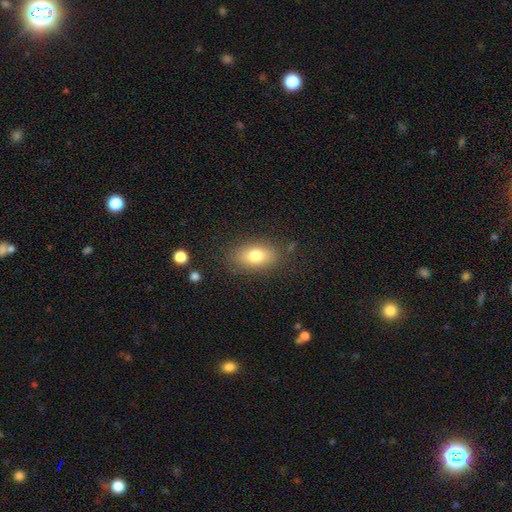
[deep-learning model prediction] This appears to be a smooth galaxy with no disk features (76%) that is in between round and cigar-shaped (84%). Merging: none (83%).